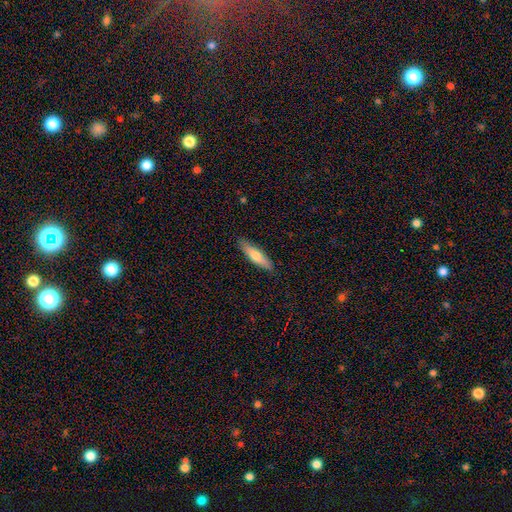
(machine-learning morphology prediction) Smooth or featured: smooth — 69% (featured or disk — 25%)
How rounded: cigar-shaped — 66% (in between — 33%)
Merging: none — 88% (minor disturbance — 9%)